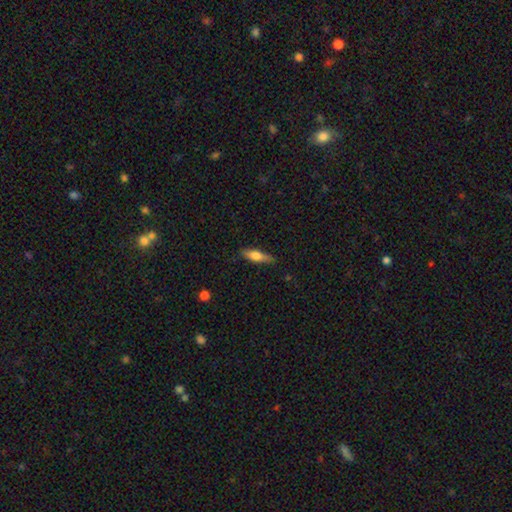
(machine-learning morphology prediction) This is possibly a smooth galaxy (56%). How rounded: likely cigar-shaped (63%). Merging: clearly none (83%).